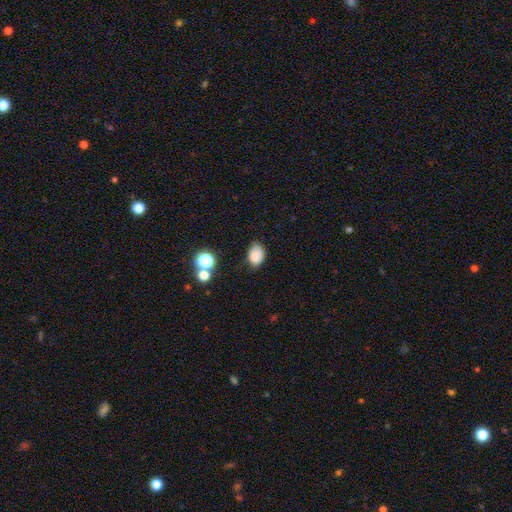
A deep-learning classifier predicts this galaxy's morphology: The model was most divided on "merging": none: 72%, minor disturbance: 21%, major disturbance: 4%, merger: 3%. More confident: smooth or featured — smooth (84%); how rounded — in between (81%).